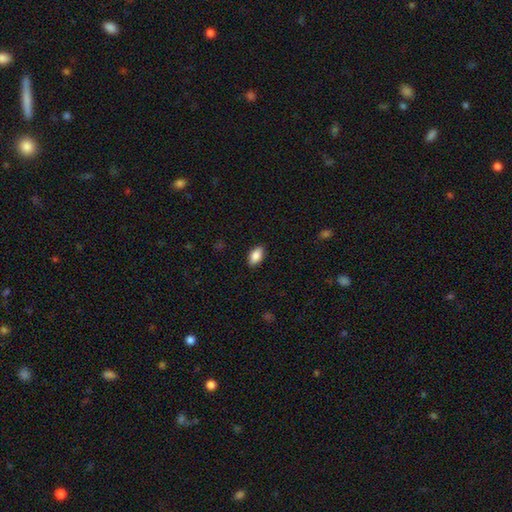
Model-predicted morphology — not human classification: This appears to be a smooth galaxy with no disk features (86%) that is in between round and cigar-shaped (92%). Merging: none (88%).